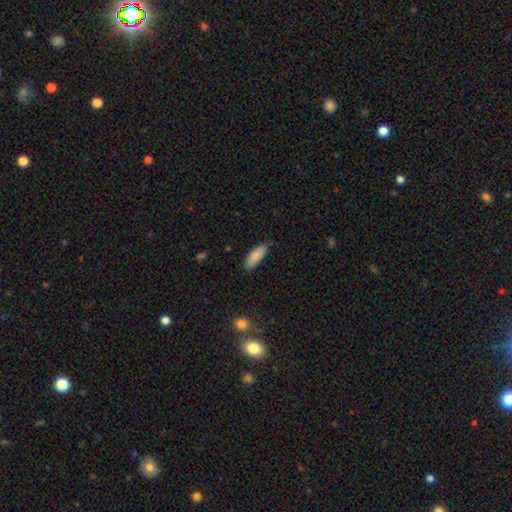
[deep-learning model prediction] Q: Smooth or featured?
A: smooth (87%); runner-up: featured or disk (7%)
Q: How rounded?
A: in between (68%); runner-up: cigar-shaped (31%)
Q: Merging?
A: none (81%); runner-up: minor disturbance (15%)